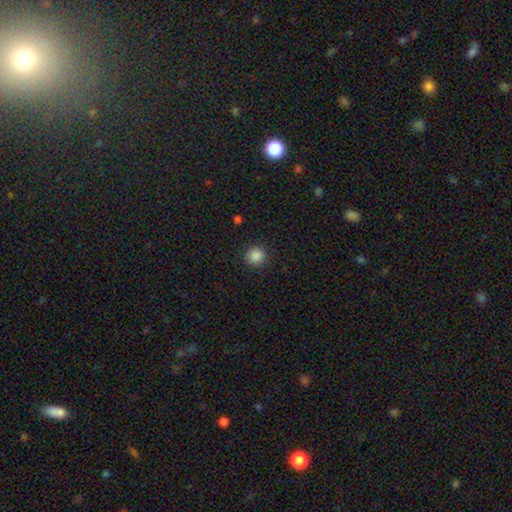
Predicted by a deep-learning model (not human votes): Smooth or featured?
  - smooth: 87% *
  - star or artifact: 10%
  - featured or disk: 3%
How rounded?
  - round: 92% *
  - in between: 7%
  - cigar-shaped: 1%
Merging?
  - none: 91% *
  - minor disturbance: 6%
  - major disturbance: 2%
  - merger: 1%